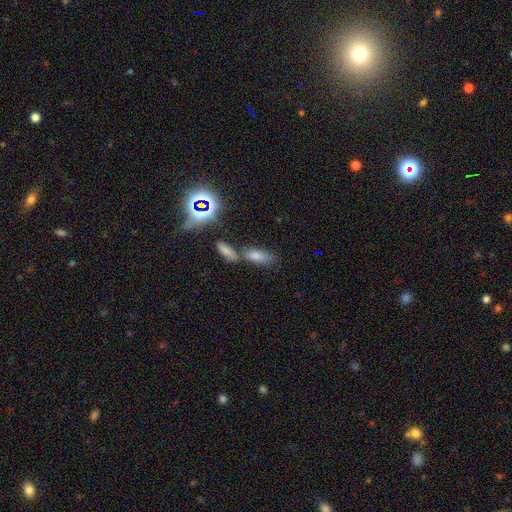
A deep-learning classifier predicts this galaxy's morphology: Q: Smooth or featured?
A: smooth (56%); runner-up: star or artifact (28%)
Q: How rounded?
A: in between (65%); runner-up: cigar-shaped (29%)
Q: Merging?
A: none (50%); runner-up: merger (34%)